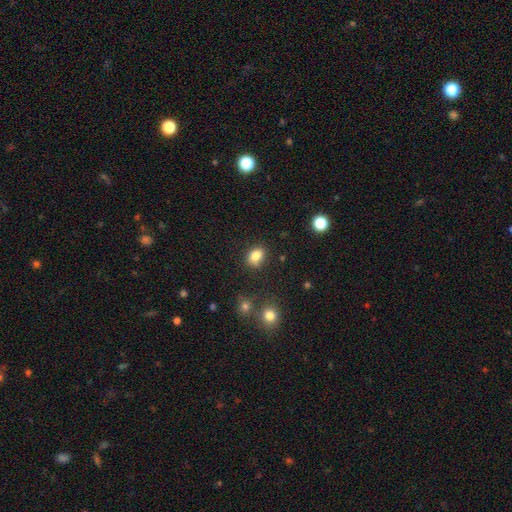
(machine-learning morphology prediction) Overall: smooth (84%). How rounded: in between (68%; round 31%). Merging: none (80%).